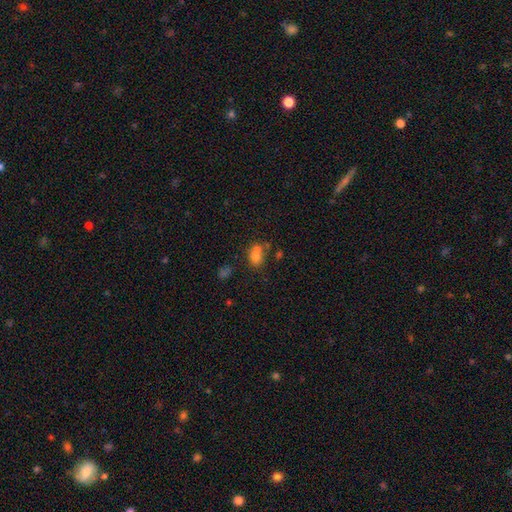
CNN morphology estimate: Smooth or featured: smooth — 72% (featured or disk — 15%)
How rounded: in between — 54% (round — 45%)
Merging: none — 40% (merger — 38%)